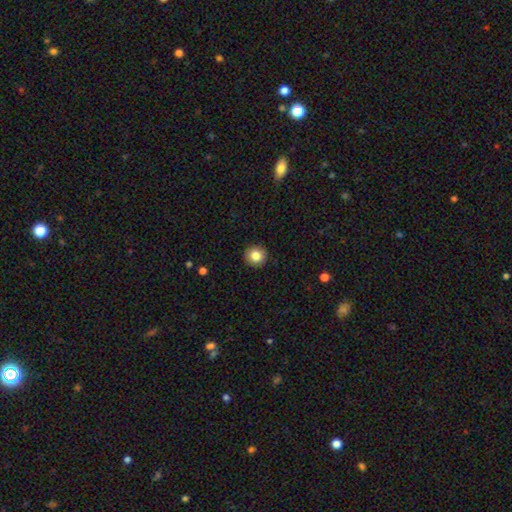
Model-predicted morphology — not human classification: This is clearly a smooth galaxy (84%). How rounded: clearly round (93%). Merging: clearly none (93%).